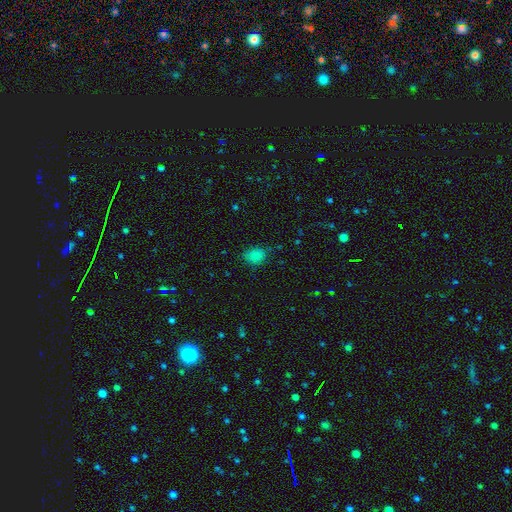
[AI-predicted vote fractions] A smooth galaxy with no disk features (83%) that is in between round and cigar-shaped (54%).

Vote fractions:
- Smooth or featured? smooth: 83% / star or artifact: 12% / featured or disk: 5%
- How rounded? in between: 54% / round: 45% / cigar-shaped: 1%
- Merging? none: 72% / minor disturbance: 21% / major disturbance: 5% / merger: 2%